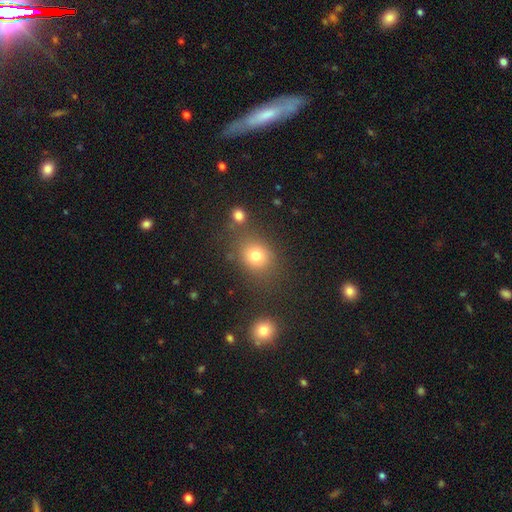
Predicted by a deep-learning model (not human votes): Smooth or featured? Predicted: smooth (p=0.76). How rounded? Predicted: round (p=0.63). Merging? Predicted: none (p=0.71).